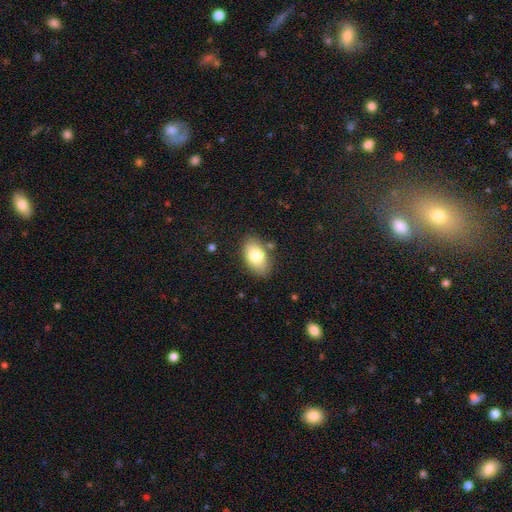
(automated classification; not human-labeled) Smooth or featured? smooth (78%)
How rounded? in between (92%)
Merging? none (80%)